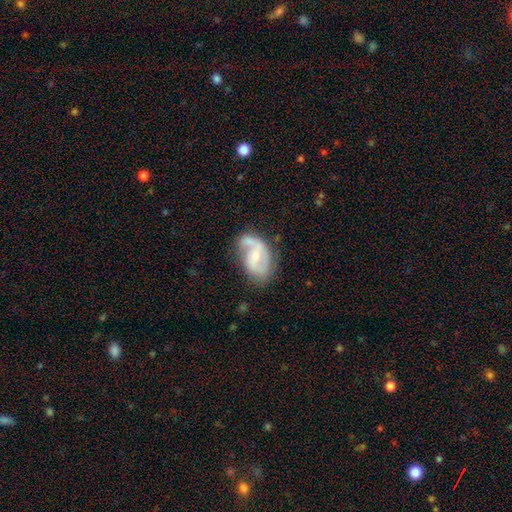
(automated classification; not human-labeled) A featured or disk galaxy (79%) with a weak bar (45%), 2 (67%) medium (47%) spiral arms (91%) and a small central bulge (53%).

Vote fractions:
- Smooth or featured? featured or disk: 79% / smooth: 16% / star or artifact: 5%
- Edge-on disk? no: 97% / yes: 3%
- Bar? weak: 45% / no: 44% / strong: 11%
- Spiral arms? yes: 91% / no: 9%
- Spiral winding? medium: 47% / tight: 26% / loose: 26%
- Spiral arm count? 2: 67% / 1: 21% / can't tell: 8% / 3: 2% / 4: 1% / more than 4: 1%
- Bulge size? small: 53% / moderate: 41% / none: 3% / large: 2% / dominant: 1%
- Merging? none: 57% / minor disturbance: 27% / major disturbance: 14% / merger: 3%